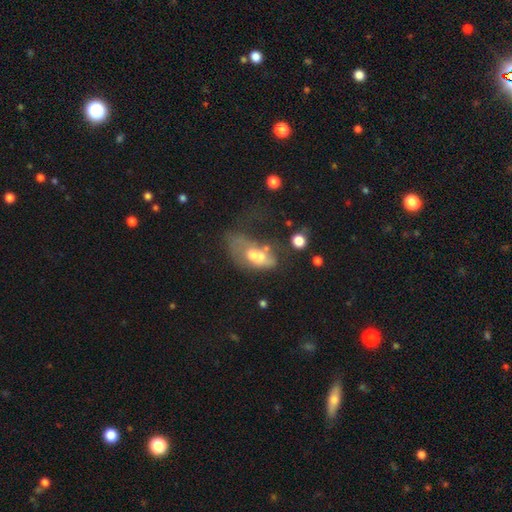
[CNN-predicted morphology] smooth_or_featured: smooth (p=0.45) [alt: featured or disk p=0.43]
merging: major disturbance (p=0.36) [alt: merger p=0.35]